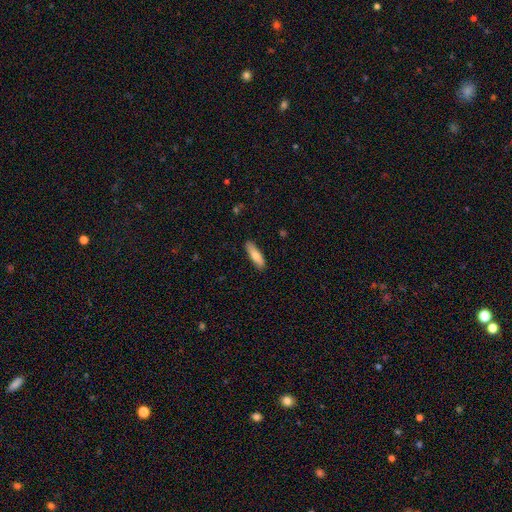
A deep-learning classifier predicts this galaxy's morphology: A smooth galaxy with no disk features (76%) that is cigar-shaped (59%). Merging: none (87%).